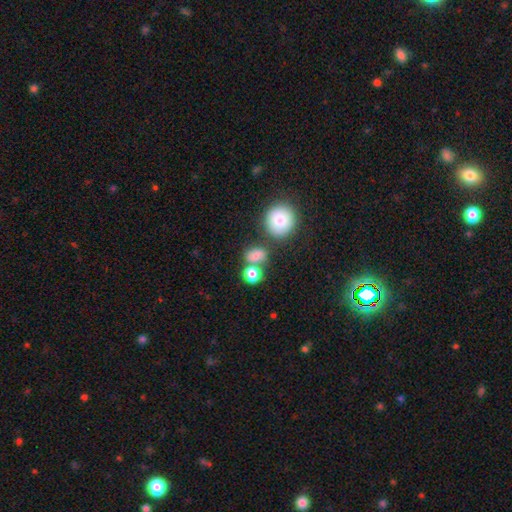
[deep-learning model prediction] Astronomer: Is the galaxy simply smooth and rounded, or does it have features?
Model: smooth — 78%.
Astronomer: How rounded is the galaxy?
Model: round — 61% (runner-up: in between, 38%).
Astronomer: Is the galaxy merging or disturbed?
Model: none — 54%.